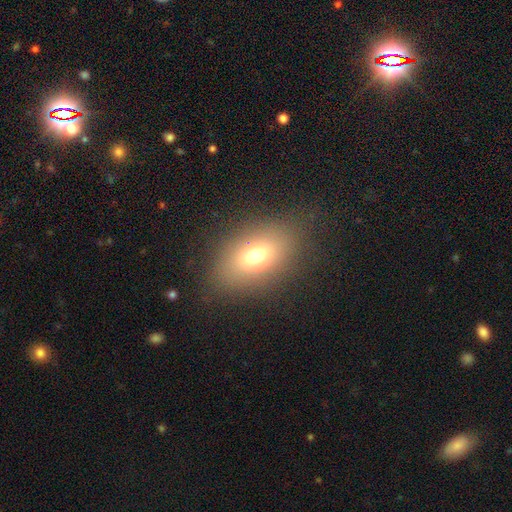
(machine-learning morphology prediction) This is likely a smooth galaxy (71%). How rounded: clearly in between (81%). Merging: clearly none (83%).